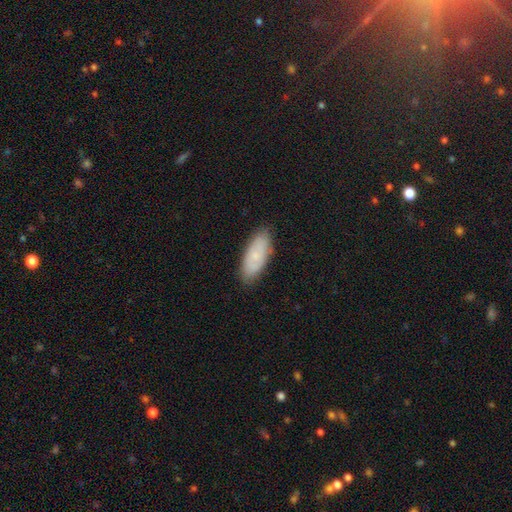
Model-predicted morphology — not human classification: This appears to be a smooth galaxy with no disk features (68%) that is in between round and cigar-shaped (81%). Merging: none (84%).